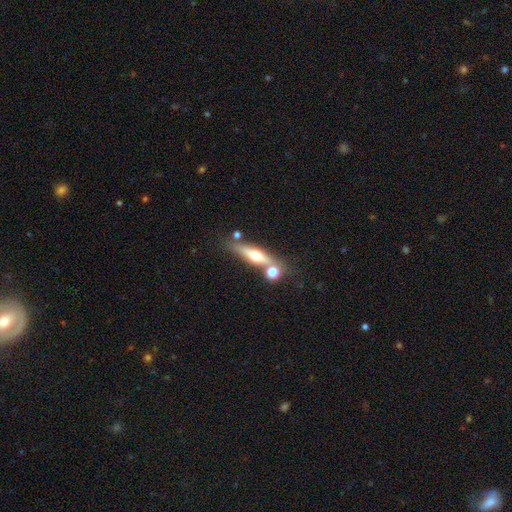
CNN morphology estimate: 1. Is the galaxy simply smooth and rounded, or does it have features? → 50% featured or disk, 42% smooth, 8% star or artifact.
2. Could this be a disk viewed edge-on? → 88% yes, 12% no.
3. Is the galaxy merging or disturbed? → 65% none, 17% merger, 13% minor disturbance, 5% major disturbance.